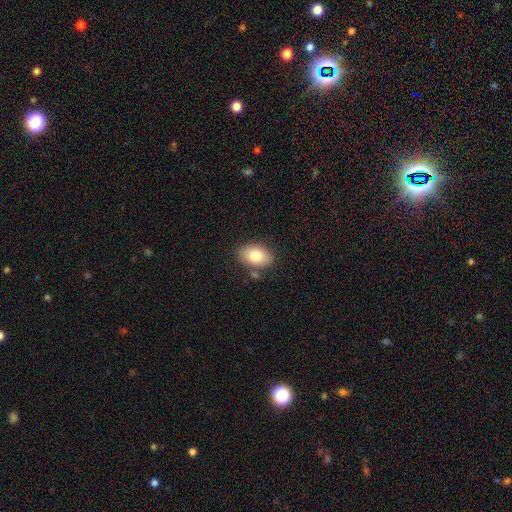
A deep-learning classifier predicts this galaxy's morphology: Smooth or featured: smooth — 80% (featured or disk — 12%)
How rounded: in between — 86% (round — 13%)
Merging: none — 78% (minor disturbance — 13%)